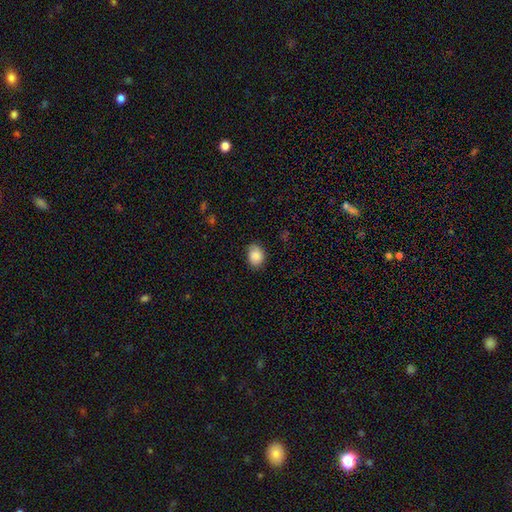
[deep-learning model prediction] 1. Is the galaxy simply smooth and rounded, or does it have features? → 88% smooth, 8% star or artifact, 5% featured or disk.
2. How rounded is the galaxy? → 63% in between, 36% round, 1% cigar-shaped.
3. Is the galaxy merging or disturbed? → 78% none, 18% minor disturbance, 3% major disturbance, 1% merger.